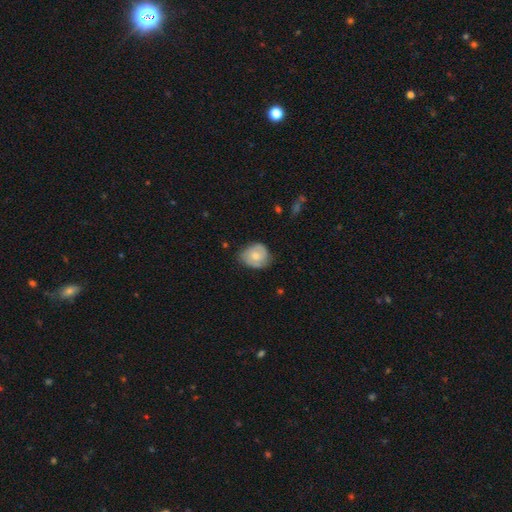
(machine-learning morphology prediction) This is possibly a smooth galaxy (56%). How rounded: likely round (65%). Merging: likely none (63%).